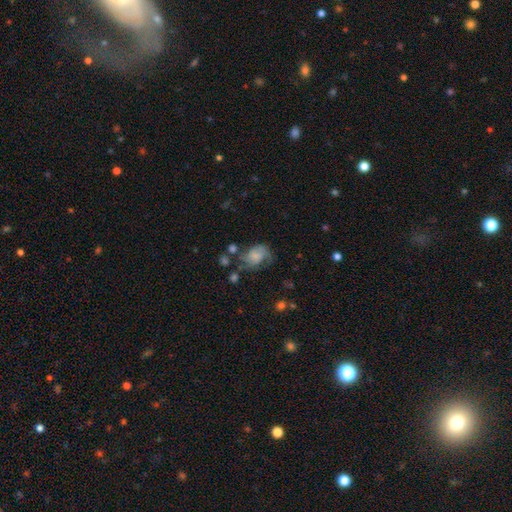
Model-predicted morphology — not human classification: type=smooth (51%); roundness=in between (66%); merging=none (36%).